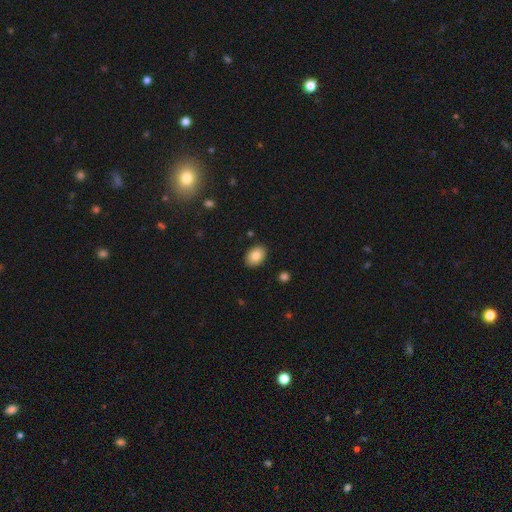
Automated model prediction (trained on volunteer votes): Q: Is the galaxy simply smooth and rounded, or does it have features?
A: smooth — 84%.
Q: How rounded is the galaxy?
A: in between — 79%.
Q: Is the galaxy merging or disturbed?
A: none — 89%.